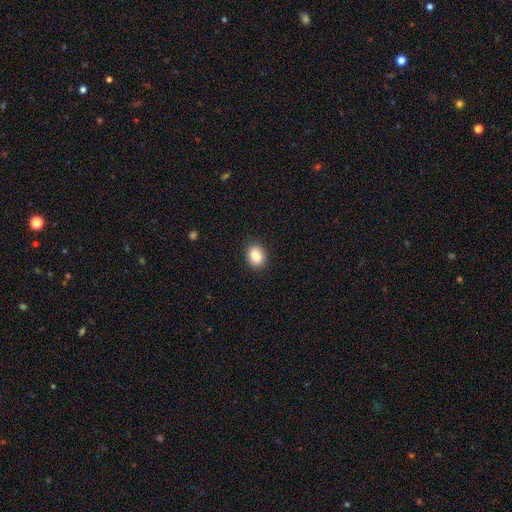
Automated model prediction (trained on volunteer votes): A smooth galaxy with no disk features (86%) that is in between round and cigar-shaped (52%).

Vote fractions:
- Smooth or featured? smooth: 86% / star or artifact: 9% / featured or disk: 6%
- How rounded? in between: 52% / round: 47% / cigar-shaped: 1%
- Merging? none: 90% / minor disturbance: 7% / major disturbance: 2% / merger: 1%